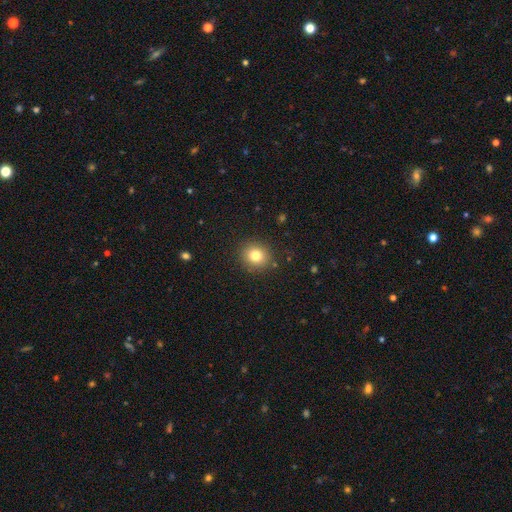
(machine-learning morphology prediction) This appears to be a smooth galaxy with no disk features (80%) that is round (82%). Merging: none (89%).